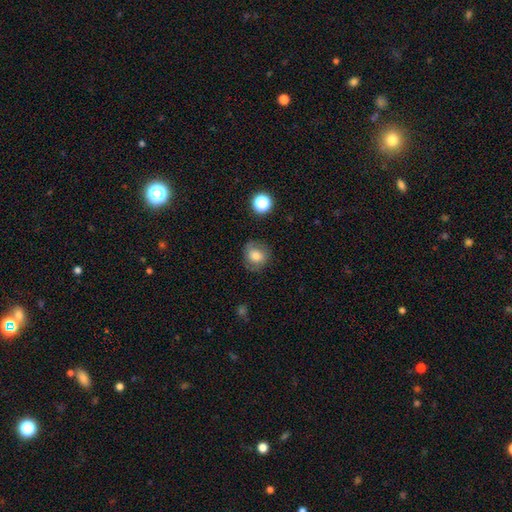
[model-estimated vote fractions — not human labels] Overall: smooth (64%). How rounded: round (78%). Merging: none (73%).